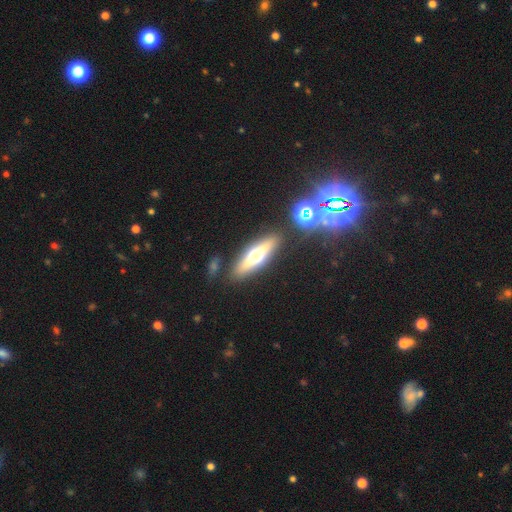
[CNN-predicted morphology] Smooth or featured: featured or disk — 53% (smooth — 38%)
Edge-on disk: yes — 88% (no — 12%)
Merging: none — 85% (minor disturbance — 8%)